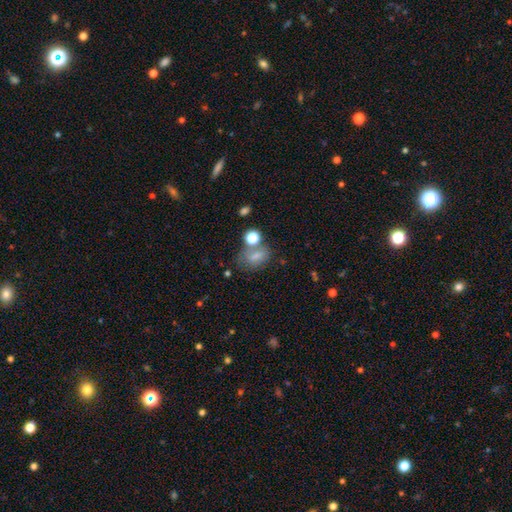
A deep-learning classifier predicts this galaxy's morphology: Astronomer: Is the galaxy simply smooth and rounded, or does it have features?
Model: smooth — 70%.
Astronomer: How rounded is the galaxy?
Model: in between — 72%.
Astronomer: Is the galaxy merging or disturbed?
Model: none — 45% (runner-up: merger, 24%).